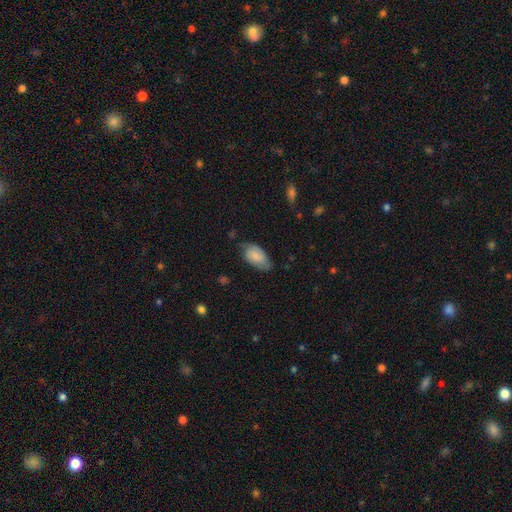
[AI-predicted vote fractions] smooth-or-featured: smooth: 73% | featured or disk: 21% | star or artifact: 7%
  how-rounded: in between: 94% | round: 5% | cigar-shaped: 2%
  merging: none: 56% | minor disturbance: 34% | major disturbance: 8% | merger: 2%